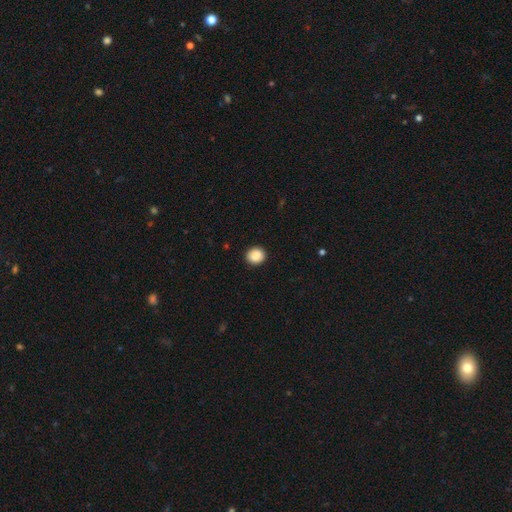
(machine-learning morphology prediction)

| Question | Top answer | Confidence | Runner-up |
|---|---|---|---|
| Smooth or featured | smooth | 88% | star or artifact (8%) |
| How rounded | round | 79% | in between (20%) |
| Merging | none | 91% | minor disturbance (6%) |